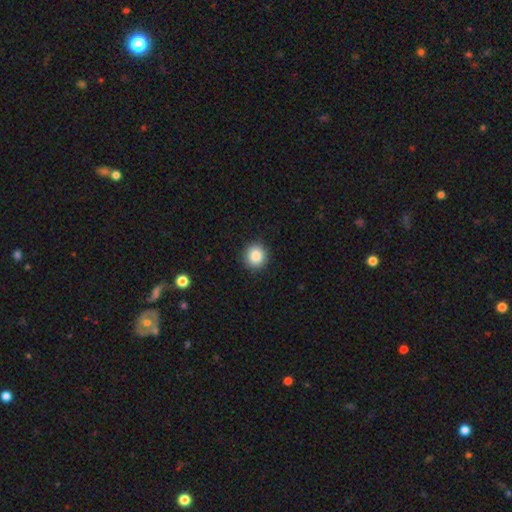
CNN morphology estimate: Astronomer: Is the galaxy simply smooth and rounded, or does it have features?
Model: smooth — 86%.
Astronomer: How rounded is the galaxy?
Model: round — 91%.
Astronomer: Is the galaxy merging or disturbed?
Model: none — 91%.